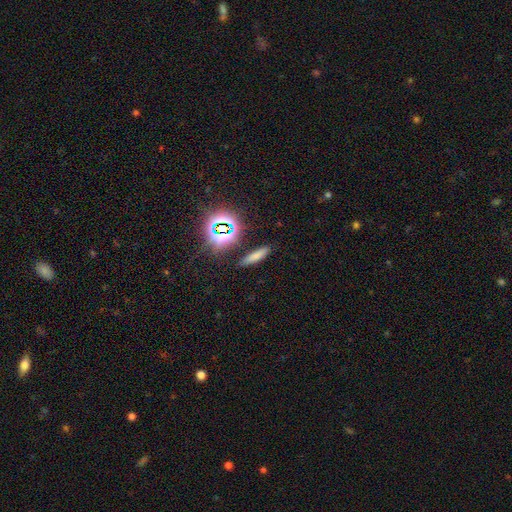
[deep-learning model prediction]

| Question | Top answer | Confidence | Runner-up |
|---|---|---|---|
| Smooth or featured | smooth | 68% | star or artifact (22%) |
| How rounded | cigar-shaped | 73% | in between (22%) |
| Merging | none | 85% | minor disturbance (9%) |